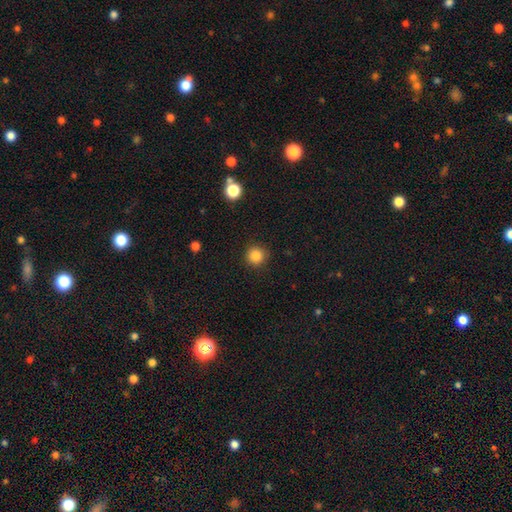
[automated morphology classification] smooth-or-featured: smooth: 86% | star or artifact: 11% | featured or disk: 4%
  how-rounded: round: 94% | in between: 5% | cigar-shaped: 1%
  merging: none: 90% | minor disturbance: 6% | major disturbance: 2% | merger: 1%